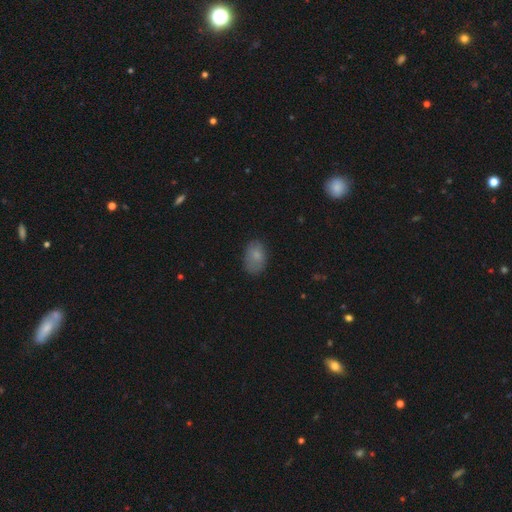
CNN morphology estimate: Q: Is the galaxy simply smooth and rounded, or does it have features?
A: smooth — 79%.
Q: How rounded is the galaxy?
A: in between — 85%.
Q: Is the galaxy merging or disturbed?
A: none — 73%.